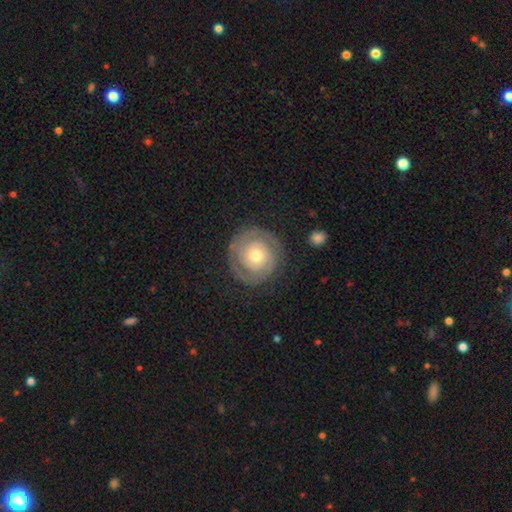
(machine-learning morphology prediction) Smooth or featured? featured or disk (81%)
Edge-on disk? no (98%)
Bar? no (80%)
Spiral arms? yes (91%)
Spiral winding? tight (77%)
Spiral arm count? 2 (72%)
Bulge size? moderate (62%)
Merging? none (84%)